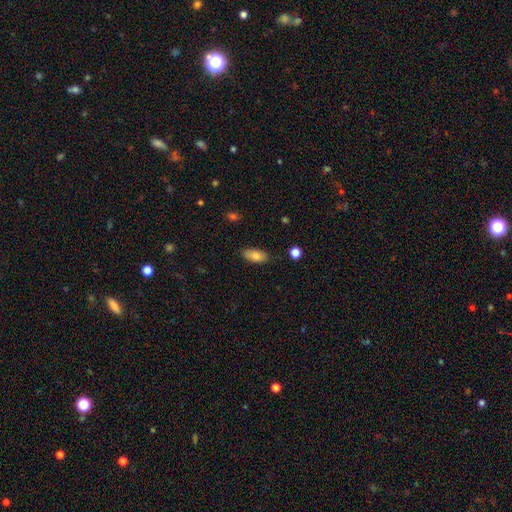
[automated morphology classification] This is likely a smooth galaxy (80%). How rounded: clearly in between (89%). Merging: clearly none (84%).